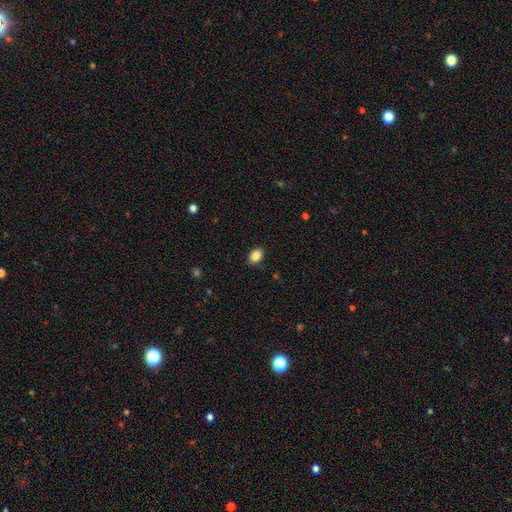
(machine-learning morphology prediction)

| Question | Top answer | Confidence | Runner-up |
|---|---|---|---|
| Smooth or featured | smooth | 87% | star or artifact (9%) |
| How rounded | in between | 79% | round (20%) |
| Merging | none | 89% | minor disturbance (8%) |